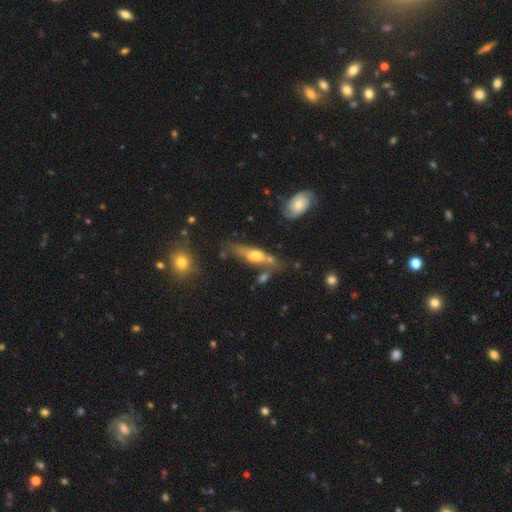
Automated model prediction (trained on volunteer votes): Smooth or featured? Predicted: featured or disk (p=0.54). Edge-on disk? Predicted: yes (p=0.77). Merging? Predicted: none (p=0.53).